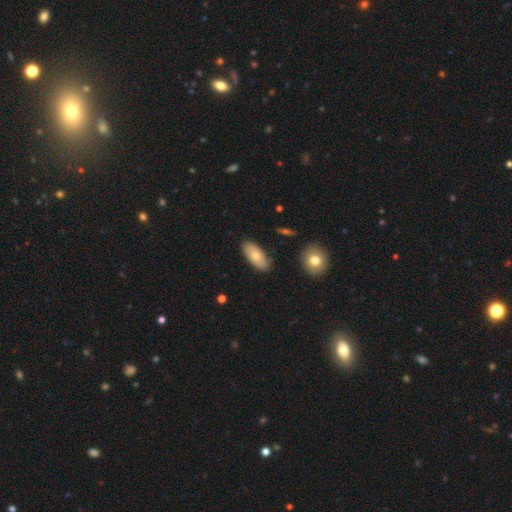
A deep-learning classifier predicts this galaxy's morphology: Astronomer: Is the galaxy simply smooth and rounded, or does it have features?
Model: smooth — 74%.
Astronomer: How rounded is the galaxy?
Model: in between — 88%.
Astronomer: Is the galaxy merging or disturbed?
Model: none — 85%.